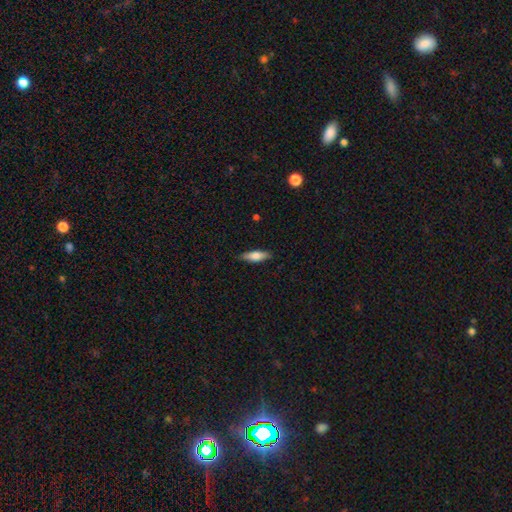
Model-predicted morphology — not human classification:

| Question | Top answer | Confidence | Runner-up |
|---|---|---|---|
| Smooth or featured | smooth | 71% | featured or disk (23%) |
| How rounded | cigar-shaped | 50% | in between (48%) |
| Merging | none | 86% | minor disturbance (11%) |